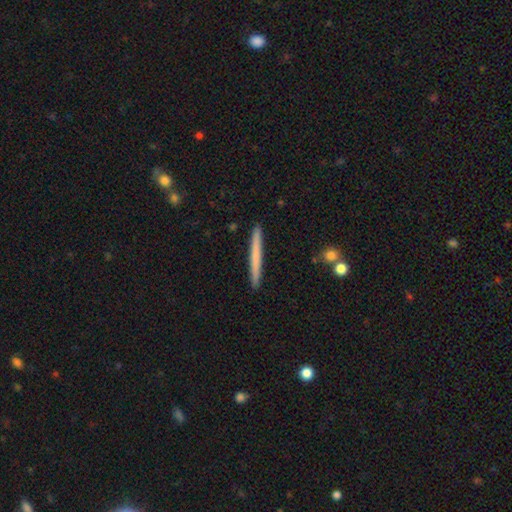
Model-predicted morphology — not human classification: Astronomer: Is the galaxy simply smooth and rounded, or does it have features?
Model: smooth — 63%.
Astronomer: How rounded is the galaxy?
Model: cigar-shaped — 97%.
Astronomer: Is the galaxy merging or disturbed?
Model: none — 92%.